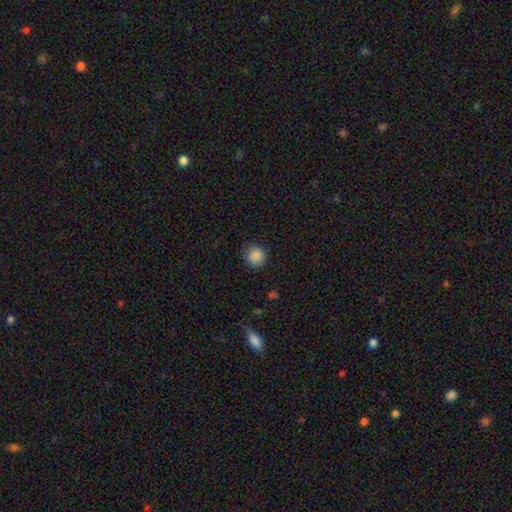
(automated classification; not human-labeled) This appears to be a smooth galaxy with no disk features (88%) that is round (92%). Merging: none (88%).